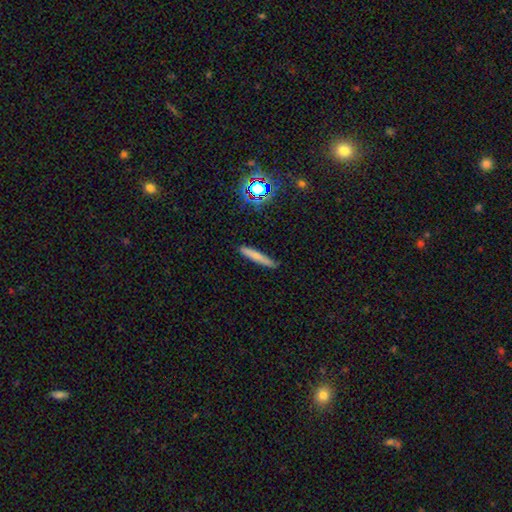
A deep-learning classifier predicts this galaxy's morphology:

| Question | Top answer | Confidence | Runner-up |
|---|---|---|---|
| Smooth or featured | smooth | 70% | featured or disk (19%) |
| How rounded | cigar-shaped | 92% | in between (6%) |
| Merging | none | 82% | minor disturbance (13%) |